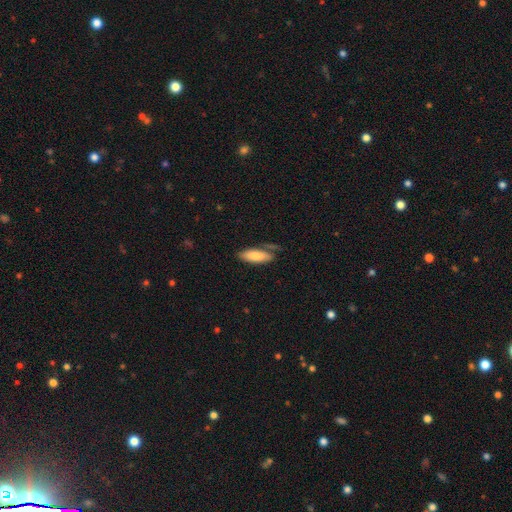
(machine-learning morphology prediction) smooth 79%, featured or disk 15%, star or artifact 6%. Down the decision tree: how rounded — in between (66%); merging — none (62%).